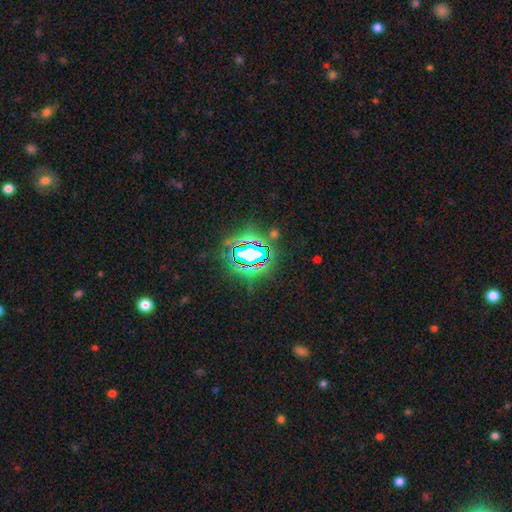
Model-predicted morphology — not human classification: Q: Smooth or featured?
A: star or artifact (73%); runner-up: smooth (16%)